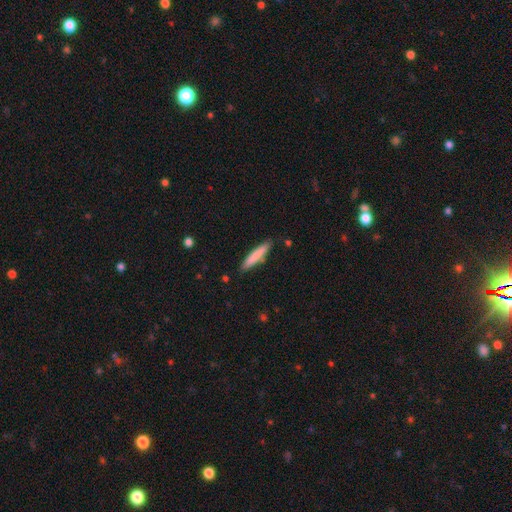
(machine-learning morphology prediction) This appears to be a smooth galaxy with no disk features (79%) that is cigar-shaped (90%). Merging: none (86%).